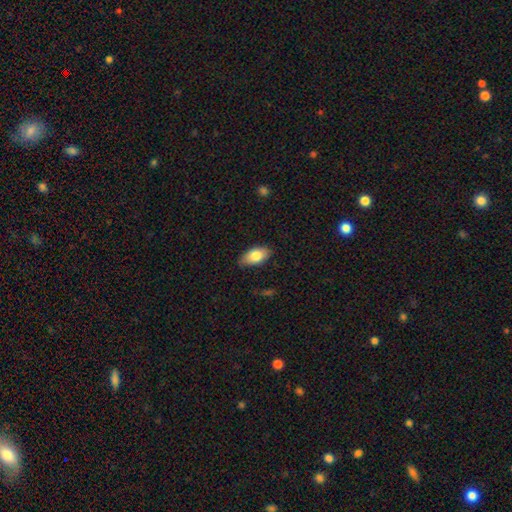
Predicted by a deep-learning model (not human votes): smooth-or-featured: smooth: 80% | featured or disk: 13% | star or artifact: 7%
  how-rounded: in between: 93% | round: 4% | cigar-shaped: 3%
  merging: none: 83% | minor disturbance: 14% | major disturbance: 2% | merger: 1%